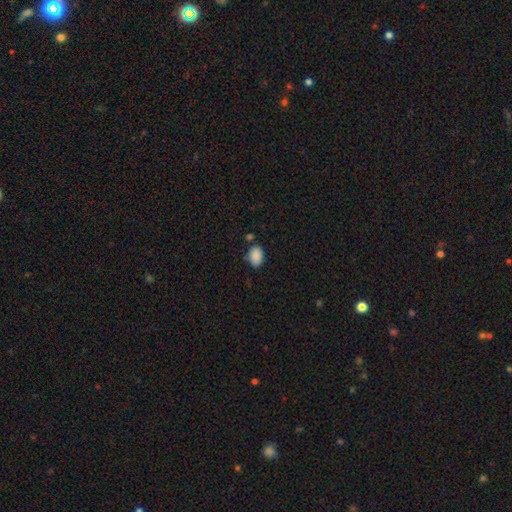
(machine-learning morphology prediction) smooth-or-featured: smooth: 89% | star or artifact: 8% | featured or disk: 3%
  how-rounded: in between: 83% | round: 15% | cigar-shaped: 1%
  merging: none: 78% | minor disturbance: 15% | merger: 4% | major disturbance: 3%